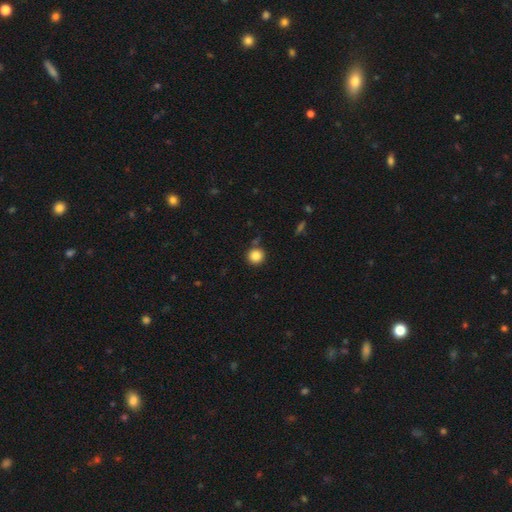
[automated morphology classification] smooth_or_featured: smooth (p=0.86) [alt: star or artifact p=0.10]
how_rounded: round (p=0.94) [alt: in between p=0.05]
merging: none (p=0.84) [alt: minor disturbance p=0.09]